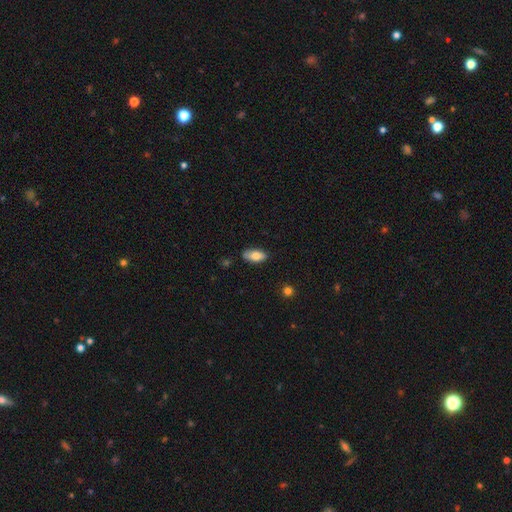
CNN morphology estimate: This appears to be a smooth galaxy with no disk features (80%) that is in between round and cigar-shaped (88%). Merging: none (80%).